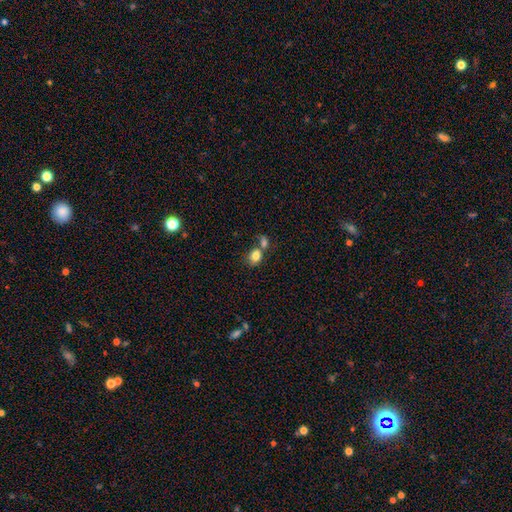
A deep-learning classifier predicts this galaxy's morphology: Smooth or featured? Predicted: smooth (p=0.81). How rounded? Predicted: in between (p=0.52). Merging? Predicted: merger (p=0.44).